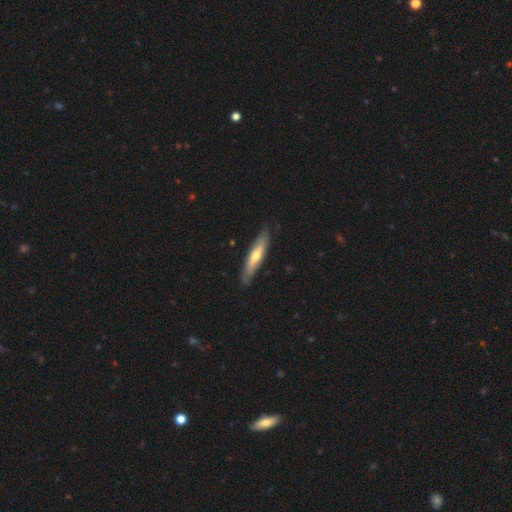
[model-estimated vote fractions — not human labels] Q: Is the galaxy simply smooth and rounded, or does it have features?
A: featured or disk — 48%.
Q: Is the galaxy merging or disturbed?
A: none — 84%.